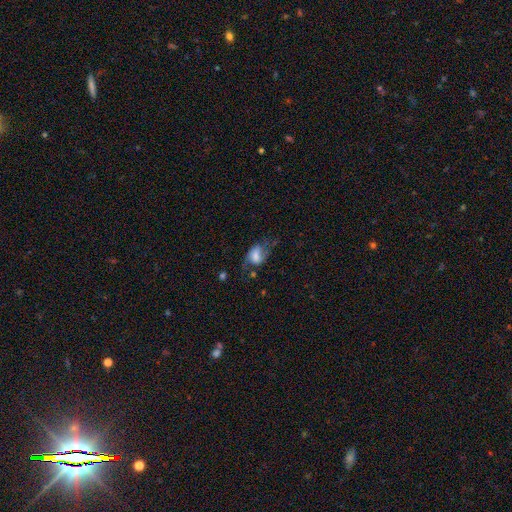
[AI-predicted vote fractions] smooth_or_featured: featured or disk (p=0.58) [alt: smooth p=0.33]
disk_edge_on: no (p=0.95) [alt: yes p=0.05]
bar: weak (p=0.45) [alt: no p=0.33]
has_spiral_arms: yes (p=0.84) [alt: no p=0.16]
bulge_size: moderate (p=0.31) [alt: small p=0.24]
merging: none (p=0.50) [alt: minor disturbance p=0.23]